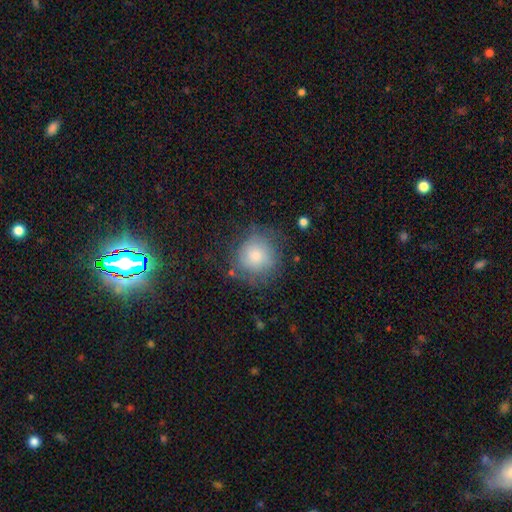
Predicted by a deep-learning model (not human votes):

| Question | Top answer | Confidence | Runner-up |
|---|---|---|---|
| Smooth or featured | smooth | 72% | featured or disk (20%) |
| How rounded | round | 90% | in between (9%) |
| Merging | none | 65% | minor disturbance (21%) |